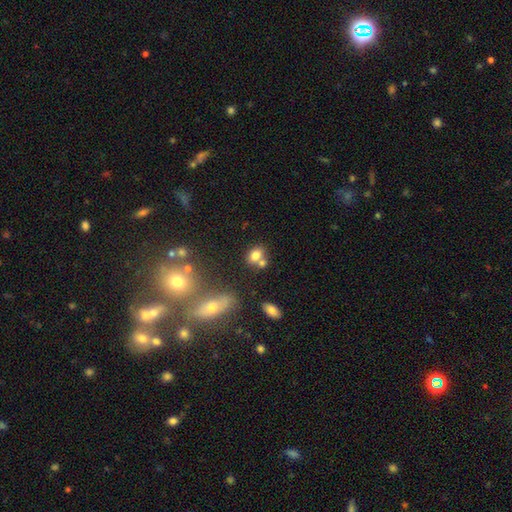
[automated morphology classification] Smooth or featured: smooth — 77% (star or artifact — 12%)
How rounded: in between — 61% (round — 37%)
Merging: none — 48% (merger — 36%)